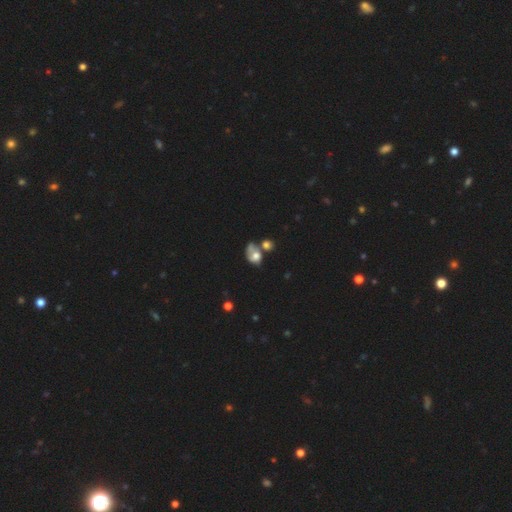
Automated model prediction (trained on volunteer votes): Morphology: type=smooth (60%); roundness=in between (62%); merging=merger (45%).